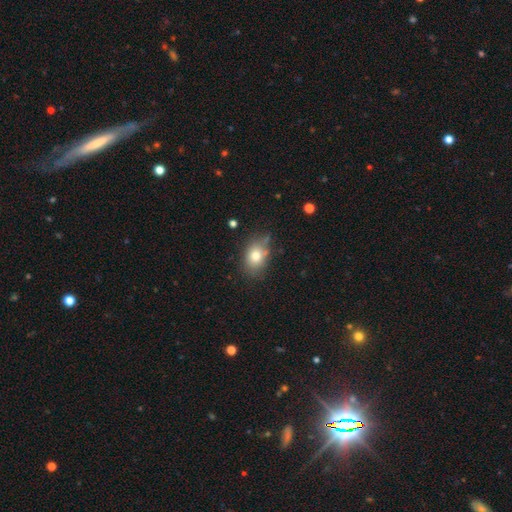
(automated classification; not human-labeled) Smooth or featured?
  - smooth: 77% *
  - featured or disk: 13%
  - star or artifact: 10%
How rounded?
  - in between: 67% *
  - round: 32%
  - cigar-shaped: 1%
Merging?
  - none: 69% *
  - minor disturbance: 22%
  - major disturbance: 5%
  - merger: 4%